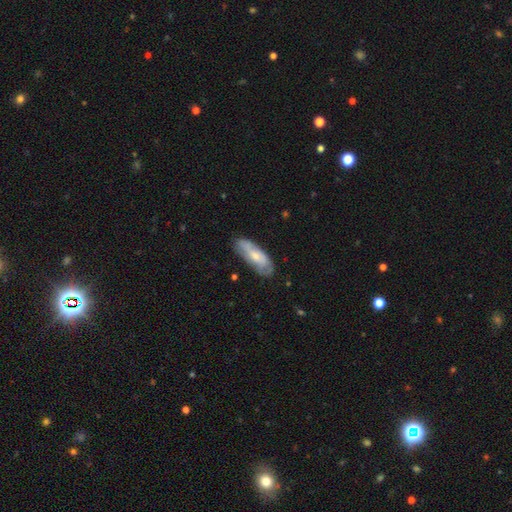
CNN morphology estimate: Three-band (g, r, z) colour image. It shows a smooth galaxy with no disk features (50%). Merging: none (69%).